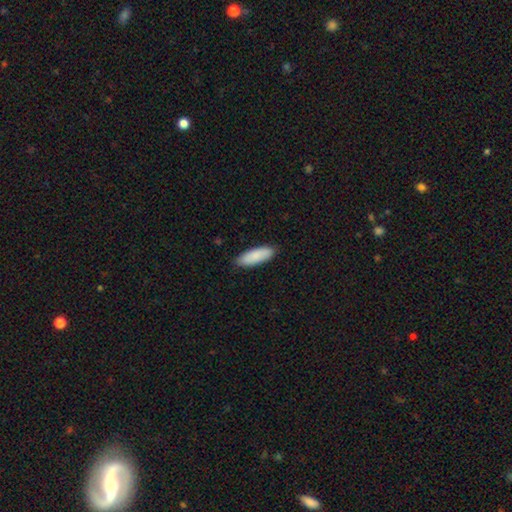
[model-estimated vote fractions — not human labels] smooth 89%, featured or disk 6%, star or artifact 5%. Down the decision tree: how rounded — in between (64%); merging — none (88%).